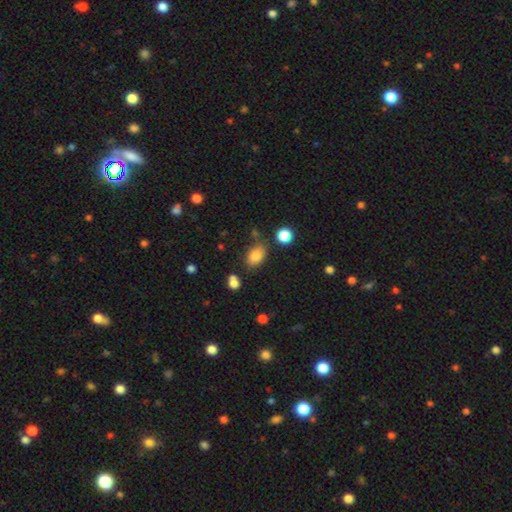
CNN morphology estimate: This is clearly a smooth galaxy (83%). How rounded: clearly in between (85%). Merging: likely none (75%).